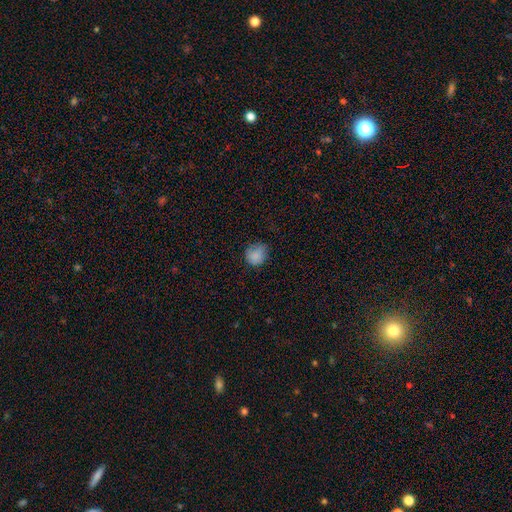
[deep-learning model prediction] Overall: smooth (85%). How rounded: round (74%). Merging: none (66%; minor disturbance 26%).